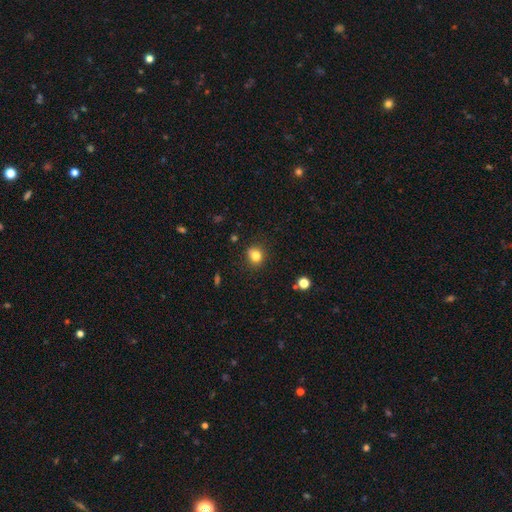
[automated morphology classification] A smooth galaxy with no disk features (81%) that is round (74%).

Vote fractions:
- Smooth or featured? smooth: 81% / star or artifact: 12% / featured or disk: 7%
- How rounded? round: 74% / in between: 25% / cigar-shaped: 1%
- Merging? none: 82% / minor disturbance: 13% / major disturbance: 3% / merger: 2%